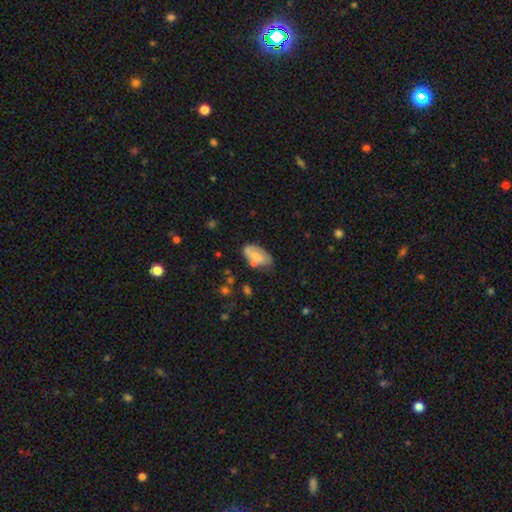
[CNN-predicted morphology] A smooth galaxy with no disk features (60%) that is in between round and cigar-shaped (92%). Merging: none (54%).